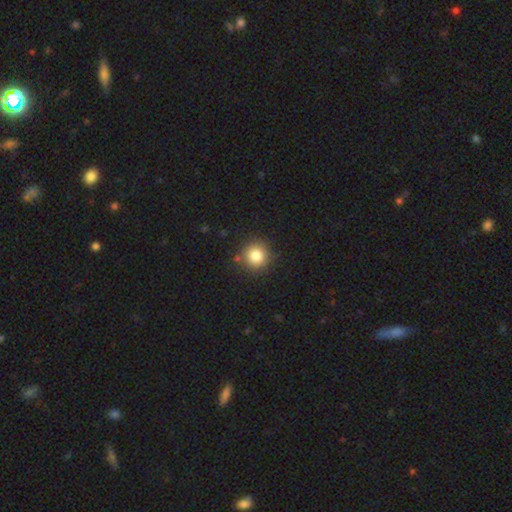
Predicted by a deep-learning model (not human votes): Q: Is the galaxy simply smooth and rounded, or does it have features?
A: smooth — 83%.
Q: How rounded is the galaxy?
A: round — 93%.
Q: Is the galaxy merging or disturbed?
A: none — 86%.